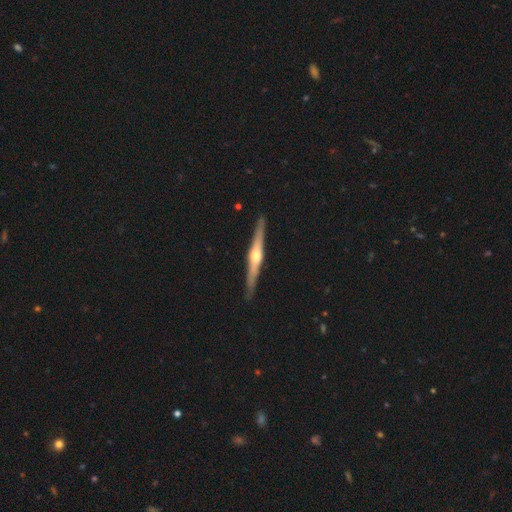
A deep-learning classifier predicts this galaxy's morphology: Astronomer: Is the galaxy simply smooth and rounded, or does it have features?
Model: featured or disk — 77%.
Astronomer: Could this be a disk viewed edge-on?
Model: yes — 98%.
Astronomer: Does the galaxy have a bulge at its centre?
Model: rounded — 91%.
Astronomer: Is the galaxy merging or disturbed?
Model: none — 91%.